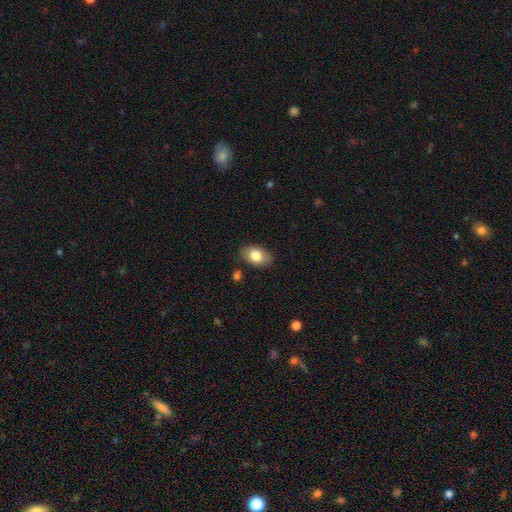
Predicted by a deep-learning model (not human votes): smooth 81%, featured or disk 12%, star or artifact 7%. Down the decision tree: how rounded — in between (89%); merging — none (83%).